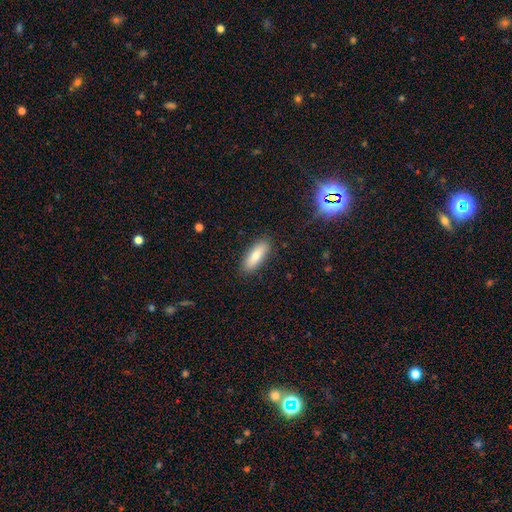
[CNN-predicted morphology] Smooth or featured? Predicted: smooth (p=0.78). How rounded? Predicted: in between (p=0.61). Merging? Predicted: none (p=0.87).